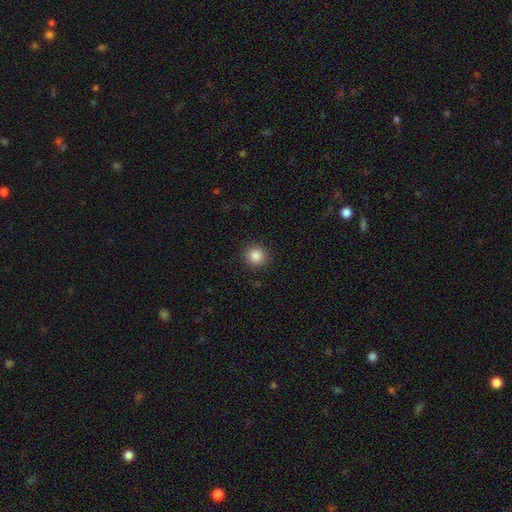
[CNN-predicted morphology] smooth_or_featured: smooth (p=0.86) [alt: star or artifact p=0.10]
how_rounded: round (p=0.91) [alt: in between p=0.08]
merging: none (p=0.91) [alt: minor disturbance p=0.06]